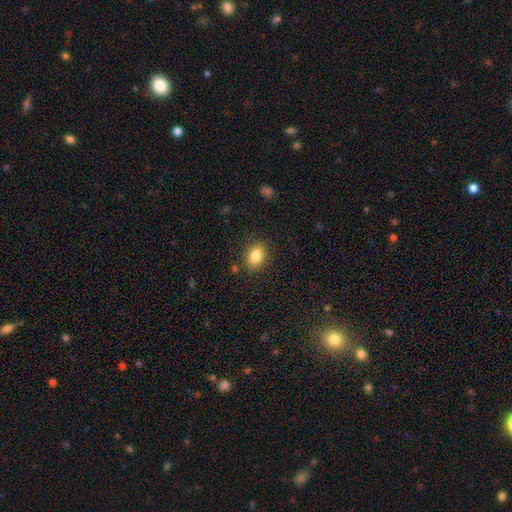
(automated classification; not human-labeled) A smooth galaxy with no disk features (84%) that is in between round and cigar-shaped (84%). Merging: none (85%).